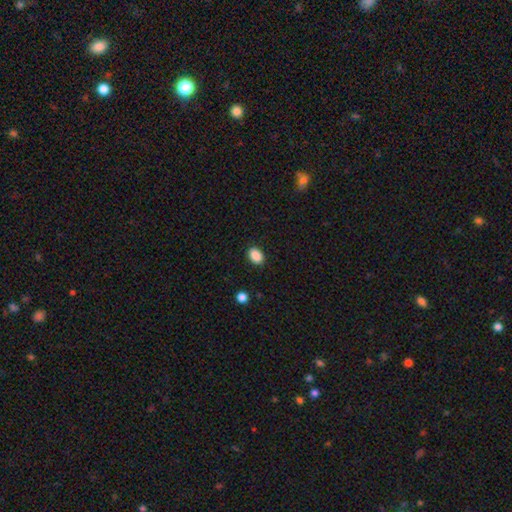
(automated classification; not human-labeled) Smooth or featured: smooth — 89% (star or artifact — 9%)
How rounded: in between — 79% (round — 20%)
Merging: none — 88% (minor disturbance — 8%)